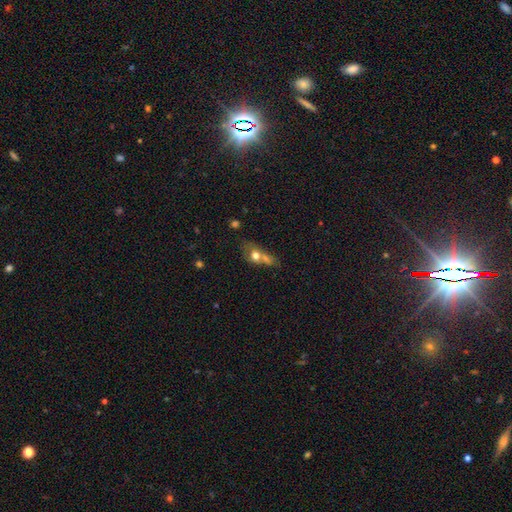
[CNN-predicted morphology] This is likely a smooth galaxy (64%). How rounded: possibly in between (56%). Merging: possibly merger (58%).